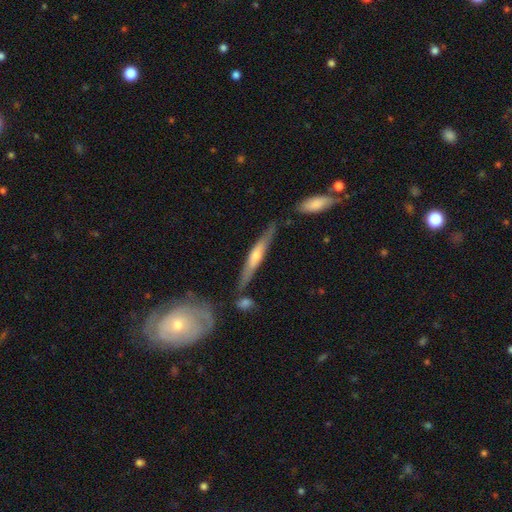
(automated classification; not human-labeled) Q: Smooth or featured?
A: featured or disk (58%); runner-up: smooth (36%)
Q: Edge-on disk?
A: yes (92%); runner-up: no (8%)
Q: Edge-on bulge?
A: rounded (69%); runner-up: none (20%)
Q: Merging?
A: none (77%); runner-up: minor disturbance (14%)